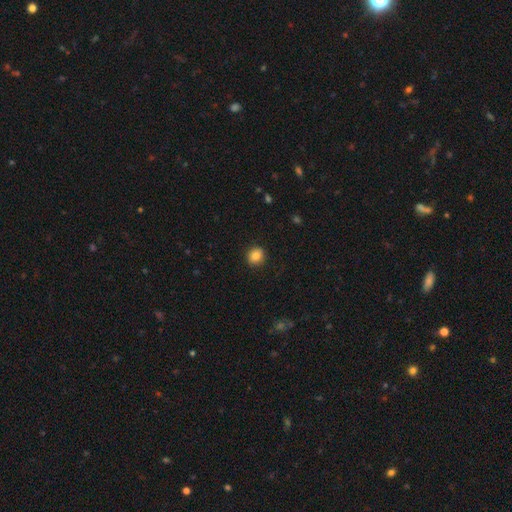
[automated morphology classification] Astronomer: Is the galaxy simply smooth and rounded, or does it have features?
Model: smooth — 85%.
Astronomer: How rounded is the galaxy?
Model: round — 81%.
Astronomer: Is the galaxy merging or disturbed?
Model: none — 90%.